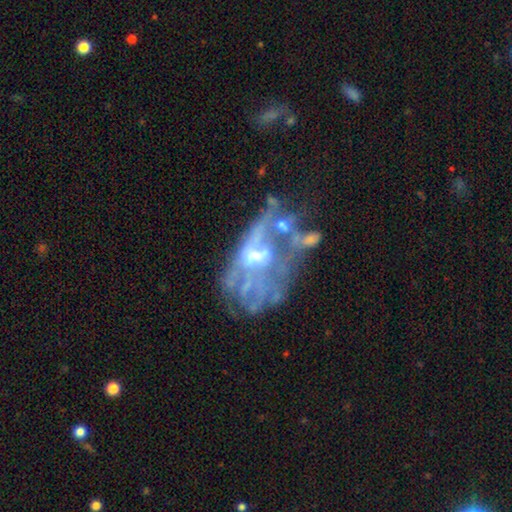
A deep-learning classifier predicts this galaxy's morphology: Q: Smooth or featured?
A: featured or disk (71%); runner-up: smooth (14%)
Q: Edge-on disk?
A: no (96%); runner-up: yes (4%)
Q: Bar?
A: no (71%); runner-up: weak (23%)
Q: Spiral arms?
A: no (75%); runner-up: yes (25%)
Q: Bulge size?
A: moderate (39%); runner-up: small (33%)
Q: Merging?
A: major disturbance (35%); runner-up: none (29%)